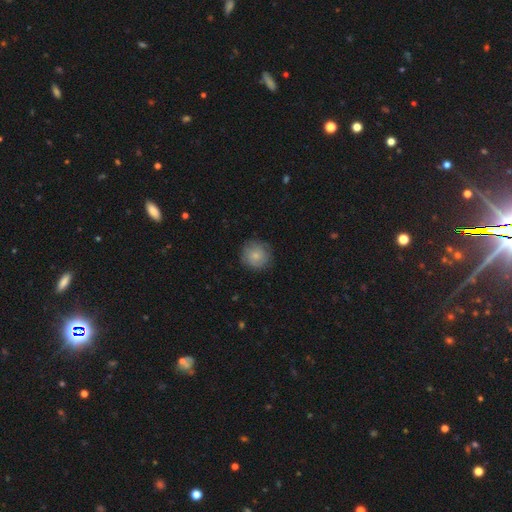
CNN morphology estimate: The model was most divided on "smooth or featured": smooth: 74%, featured or disk: 19%, star or artifact: 7%. More confident: how rounded — round (93%); merging — none (83%).